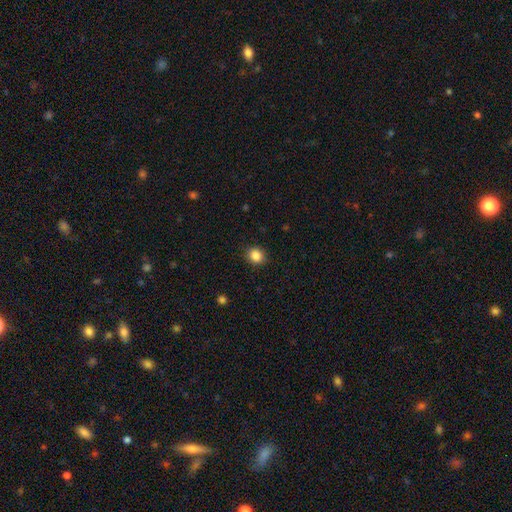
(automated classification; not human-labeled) Smooth or featured: smooth — 86% (star or artifact — 10%)
How rounded: round — 70% (in between — 29%)
Merging: none — 90% (minor disturbance — 7%)